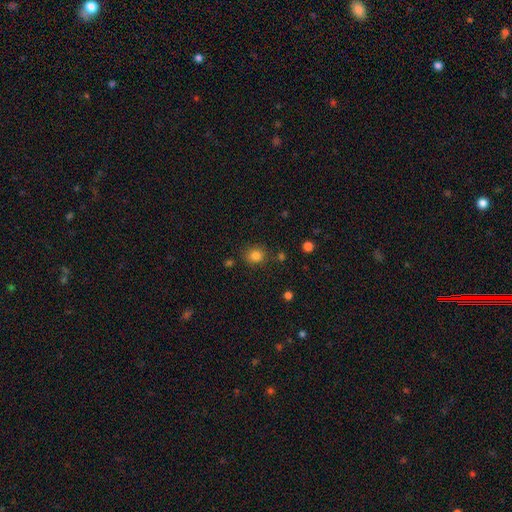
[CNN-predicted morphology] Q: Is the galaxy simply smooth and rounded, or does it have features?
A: smooth — 82%.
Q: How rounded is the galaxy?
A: round — 76%.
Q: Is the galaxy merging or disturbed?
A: none — 82%.